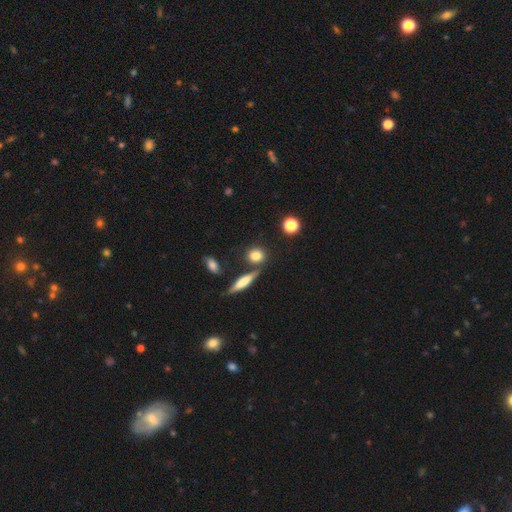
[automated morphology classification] Smooth or featured? smooth (80%)
How rounded? round (72%)
Merging? none (72%)